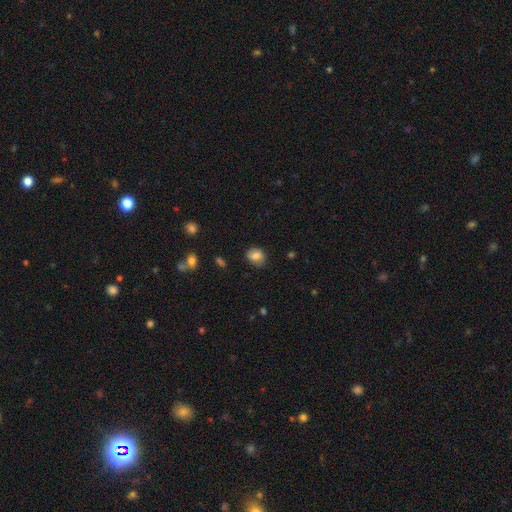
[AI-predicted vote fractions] Smooth or featured? Predicted: smooth (p=0.81). How rounded? Predicted: round (p=0.58). Merging? Predicted: none (p=0.77).